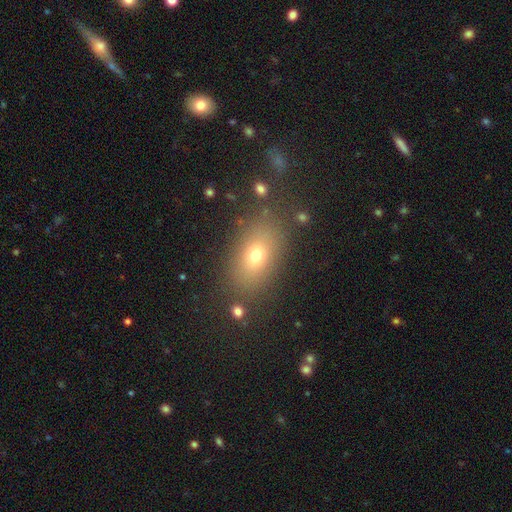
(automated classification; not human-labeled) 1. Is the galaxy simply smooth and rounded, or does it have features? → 69% smooth, 16% featured or disk, 15% star or artifact.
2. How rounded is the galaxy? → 80% in between, 16% round, 3% cigar-shaped.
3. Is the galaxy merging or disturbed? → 82% none, 10% minor disturbance, 5% major disturbance, 3% merger.